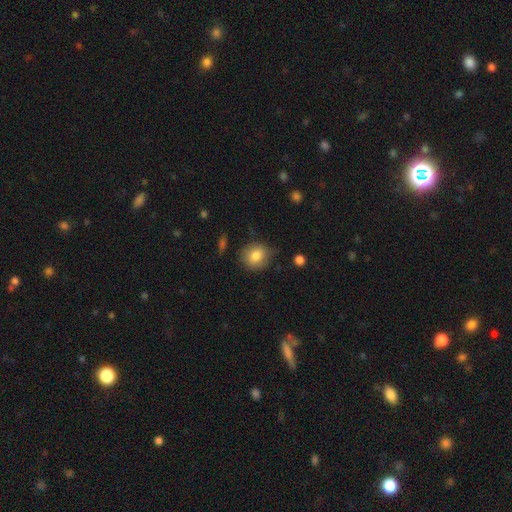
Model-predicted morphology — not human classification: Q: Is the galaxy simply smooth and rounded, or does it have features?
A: smooth — 82%.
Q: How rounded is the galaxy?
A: round — 77%.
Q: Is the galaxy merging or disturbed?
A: none — 74%.